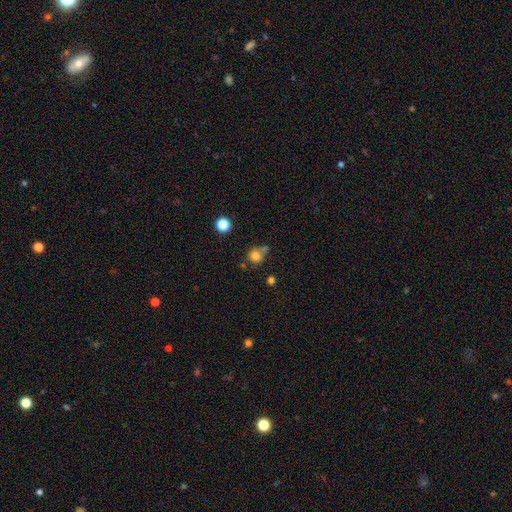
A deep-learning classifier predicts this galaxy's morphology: Overall: smooth (78%). How rounded: round (90%). Merging: none (61%; merger 23%).